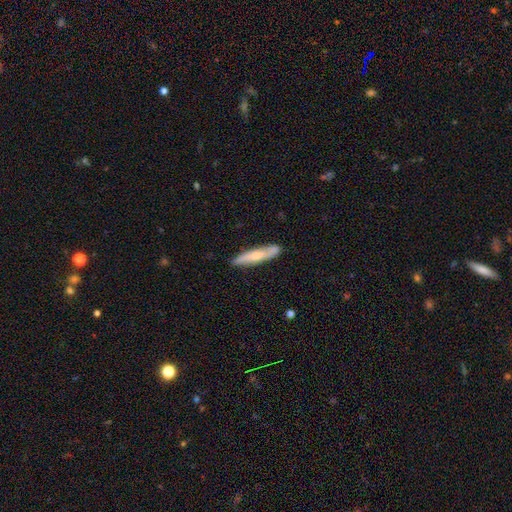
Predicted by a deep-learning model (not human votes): Smooth or featured? smooth (55%)
How rounded? cigar-shaped (84%)
Merging? none (80%)